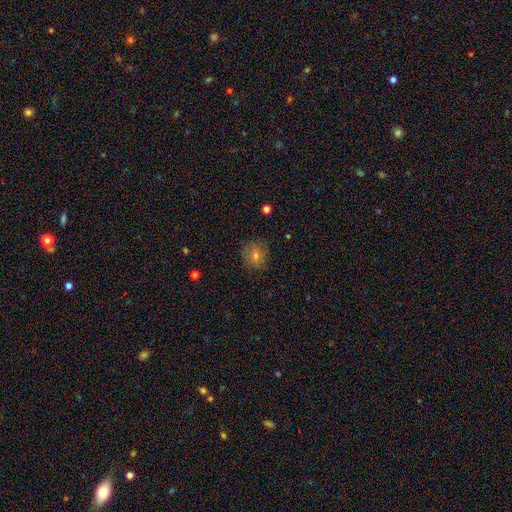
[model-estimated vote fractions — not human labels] Smooth or featured? Predicted: smooth (p=0.65). How rounded? Predicted: round (p=0.80). Merging? Predicted: none (p=0.81).